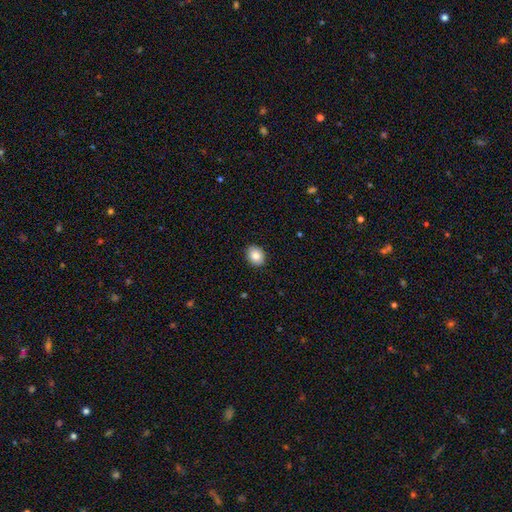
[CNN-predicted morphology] This is clearly a smooth galaxy (83%). How rounded: possibly in between (52%). Merging: clearly none (90%).